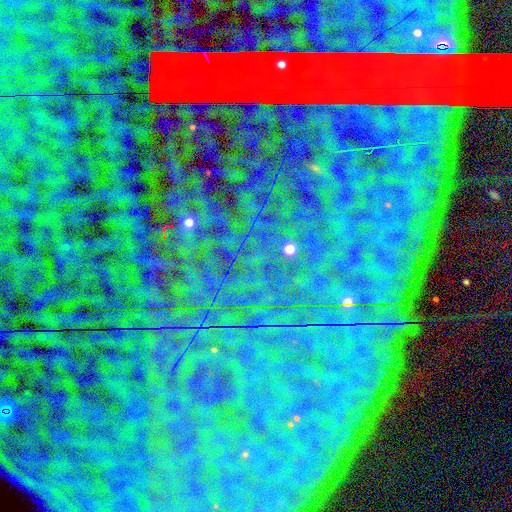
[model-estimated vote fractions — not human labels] Overall: star or artifact (80%).